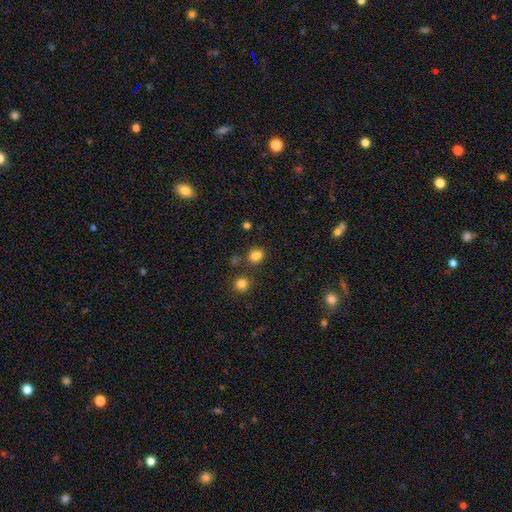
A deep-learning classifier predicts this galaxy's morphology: A smooth galaxy with no disk features (79%) that is round (56%).

Vote fractions:
- Smooth or featured? smooth: 79% / star or artifact: 15% / featured or disk: 5%
- How rounded? round: 56% / in between: 43% / cigar-shaped: 1%
- Merging? none: 68% / merger: 14% / minor disturbance: 13% / major disturbance: 5%